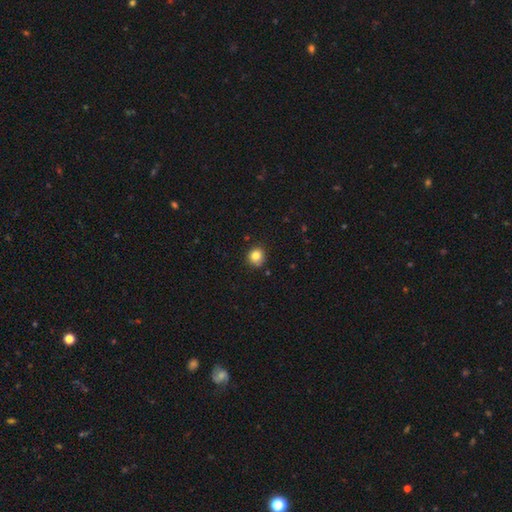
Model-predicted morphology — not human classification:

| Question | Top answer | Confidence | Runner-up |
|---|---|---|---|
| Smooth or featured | smooth | 83% | star or artifact (11%) |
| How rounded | round | 89% | in between (10%) |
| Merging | none | 82% | minor disturbance (14%) |